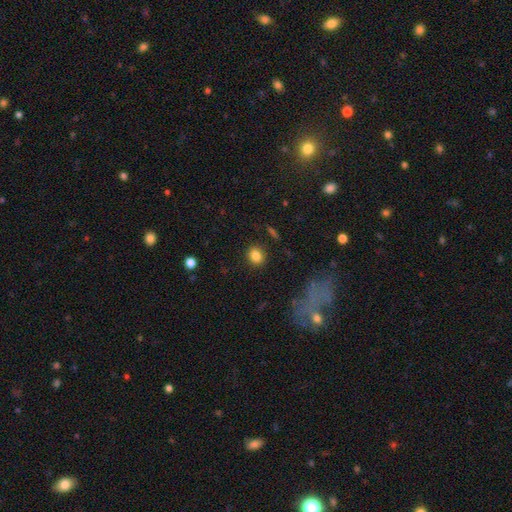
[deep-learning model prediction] The model was most divided on "how rounded": round: 63%, in between: 35%, cigar-shaped: 1%. More confident: merging — none (89%); smooth or featured — smooth (84%).